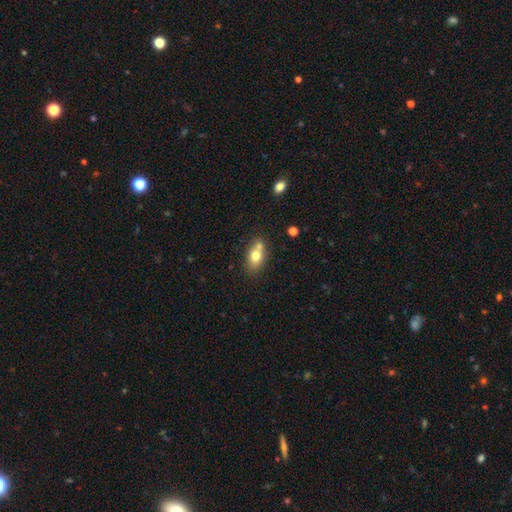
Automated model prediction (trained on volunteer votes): smooth-or-featured: smooth: 73% | featured or disk: 18% | star or artifact: 10%
  how-rounded: in between: 76% | round: 21% | cigar-shaped: 3%
  merging: none: 52% | merger: 31% | minor disturbance: 13% | major disturbance: 4%